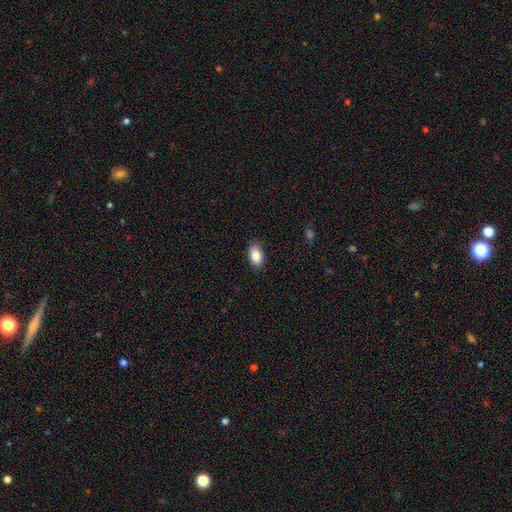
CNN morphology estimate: Smooth or featured?
  - smooth: 87% *
  - star or artifact: 7%
  - featured or disk: 6%
How rounded?
  - in between: 91% *
  - round: 8%
  - cigar-shaped: 2%
Merging?
  - none: 87% *
  - minor disturbance: 10%
  - major disturbance: 2%
  - merger: 1%